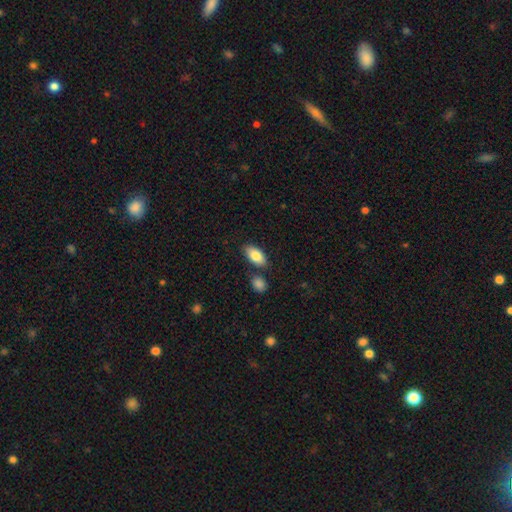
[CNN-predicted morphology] Q: Smooth or featured?
A: smooth (85%); runner-up: featured or disk (9%)
Q: How rounded?
A: in between (92%); runner-up: cigar-shaped (5%)
Q: Merging?
A: none (77%); runner-up: minor disturbance (11%)